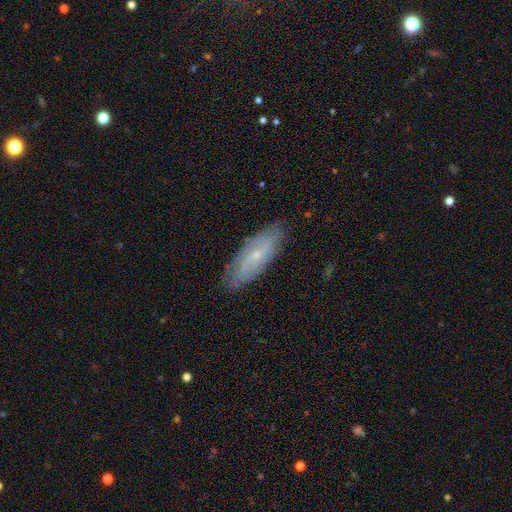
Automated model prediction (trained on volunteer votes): Overall: featured or disk (57%; smooth 36%). Edge-on disk: no (78%). Merging: none (80%).